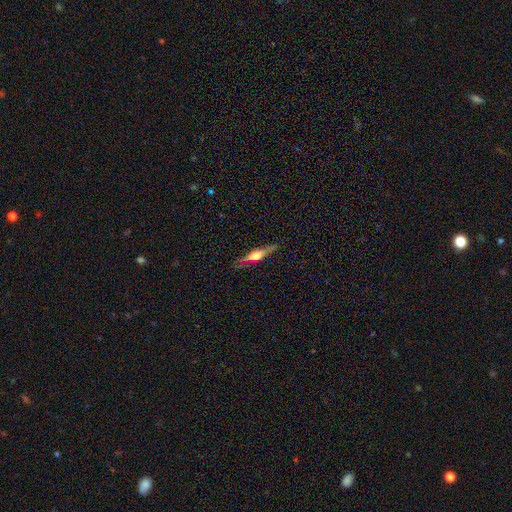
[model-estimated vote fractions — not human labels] smooth-or-featured: featured or disk: 70% | smooth: 24% | star or artifact: 6%
  disk-edge-on: yes: 97% | no: 3%
    edge-on-bulge: rounded: 91% | boxy: 6% | none: 3%
  merging: none: 86% | minor disturbance: 10% | major disturbance: 2% | merger: 1%